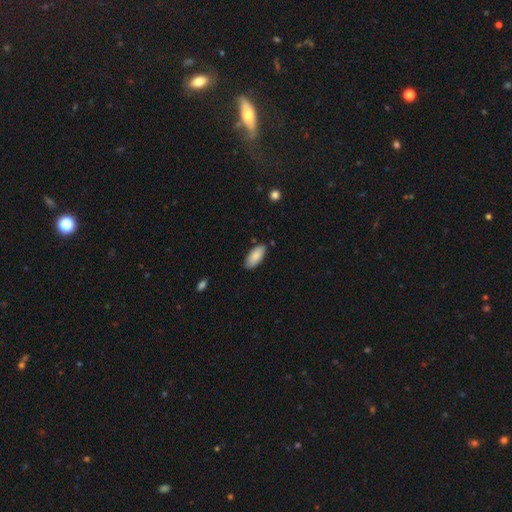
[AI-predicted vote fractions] Morphology: type=smooth (86%); roundness=in between (90%); merging=none (83%).